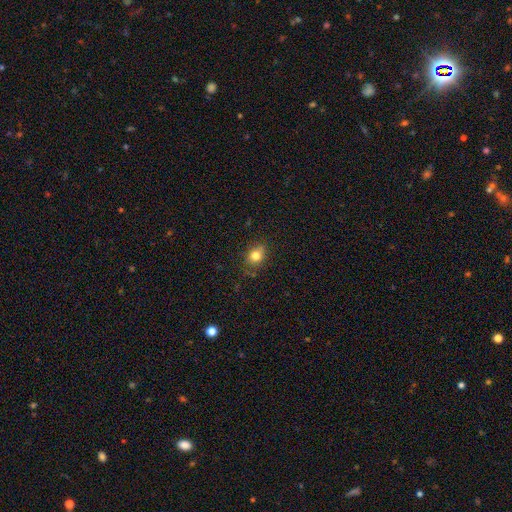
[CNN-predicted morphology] Q: Smooth or featured?
A: smooth (80%); runner-up: star or artifact (12%)
Q: How rounded?
A: round (53%); runner-up: in between (45%)
Q: Merging?
A: none (78%); runner-up: minor disturbance (16%)